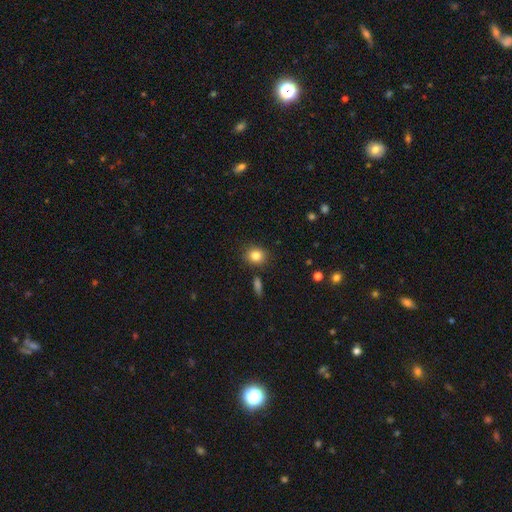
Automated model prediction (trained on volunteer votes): Smooth or featured? smooth (84%)
How rounded? round (74%)
Merging? none (84%)